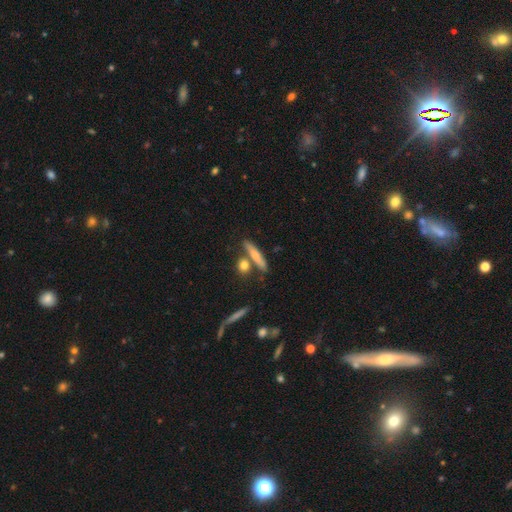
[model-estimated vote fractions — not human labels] smooth_or_featured: smooth (p=0.58) [alt: featured or disk p=0.35]
how_rounded: cigar-shaped (p=0.79) [alt: in between p=0.14]
merging: none (p=0.68) [alt: merger p=0.17]